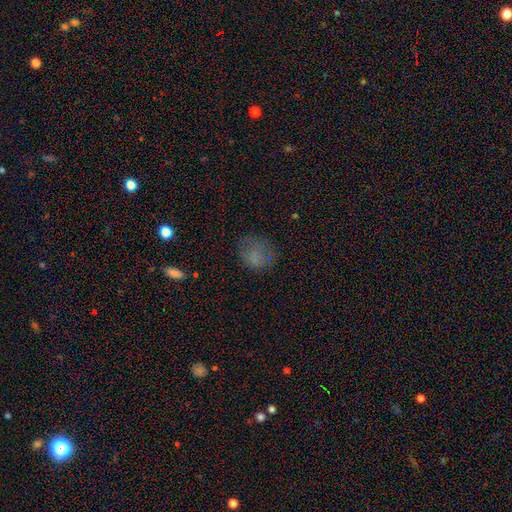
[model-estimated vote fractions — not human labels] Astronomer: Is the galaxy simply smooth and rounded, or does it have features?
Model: smooth — 69%.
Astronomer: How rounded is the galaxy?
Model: round — 67%.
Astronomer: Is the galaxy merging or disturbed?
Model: none — 65%.